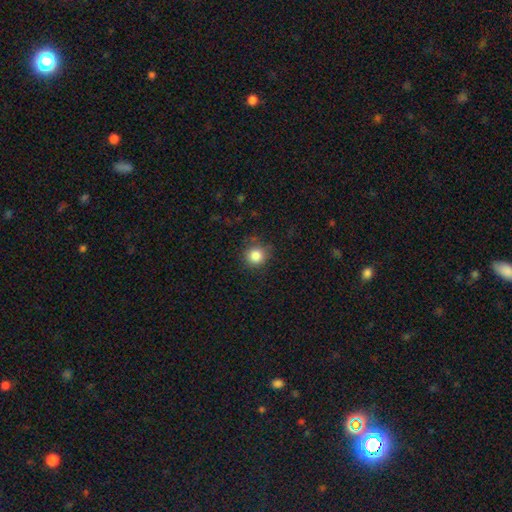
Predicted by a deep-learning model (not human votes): The model was most divided on "merging": none: 81%, minor disturbance: 14%, major disturbance: 4%, merger: 1%. More confident: how rounded — round (91%); smooth or featured — smooth (85%).